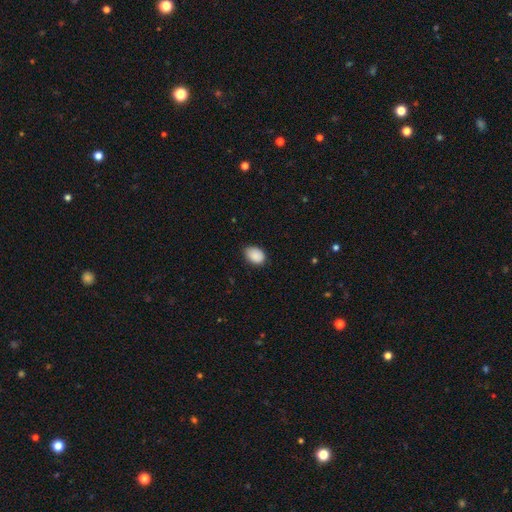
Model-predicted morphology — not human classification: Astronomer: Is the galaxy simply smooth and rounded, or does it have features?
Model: smooth — 89%.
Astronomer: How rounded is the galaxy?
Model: in between — 79%.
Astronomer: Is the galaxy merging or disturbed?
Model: none — 77%.